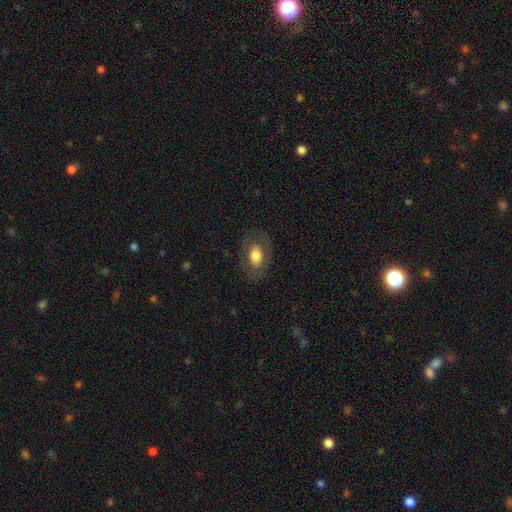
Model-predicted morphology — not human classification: smooth_or_featured: smooth (p=0.62) [alt: featured or disk p=0.31]
how_rounded: in between (p=0.86) [alt: round p=0.12]
merging: none (p=0.78) [alt: minor disturbance p=0.14]